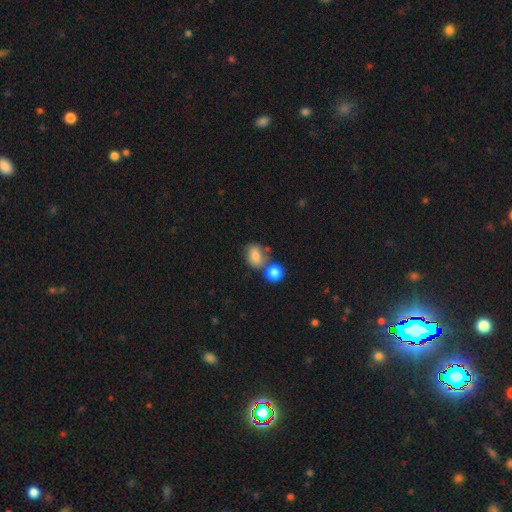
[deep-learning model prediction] Smooth or featured?
  - smooth: 80% *
  - star or artifact: 10%
  - featured or disk: 10%
How rounded?
  - in between: 68% *
  - round: 31%
  - cigar-shaped: 1%
Merging?
  - none: 50% *
  - merger: 26%
  - minor disturbance: 17%
  - major disturbance: 7%